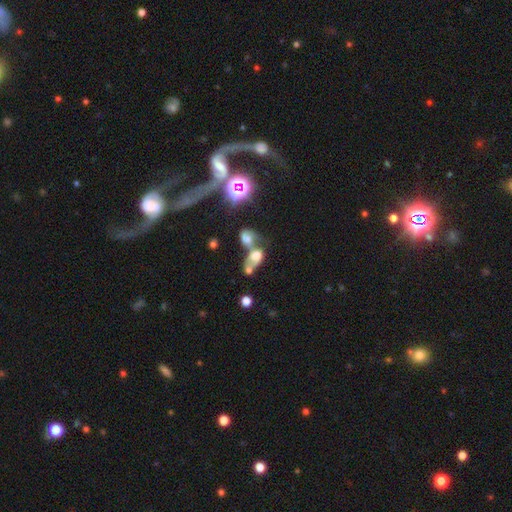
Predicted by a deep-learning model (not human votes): Smooth or featured? smooth (59%)
How rounded? in between (67%)
Merging? merger (72%)